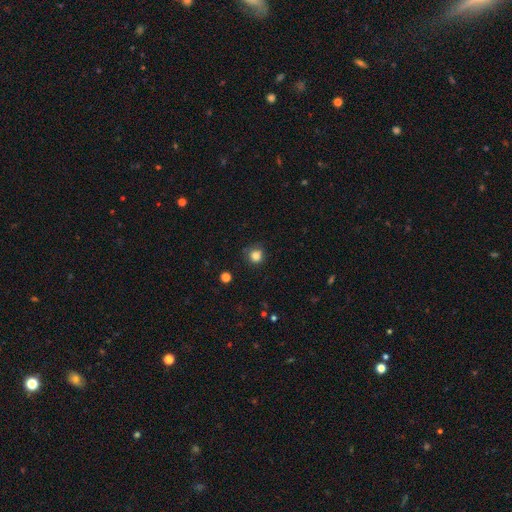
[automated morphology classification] smooth-or-featured: smooth: 83% | star or artifact: 12% | featured or disk: 5%
  how-rounded: round: 87% | in between: 12% | cigar-shaped: 1%
  merging: none: 73% | minor disturbance: 19% | major disturbance: 5% | merger: 2%